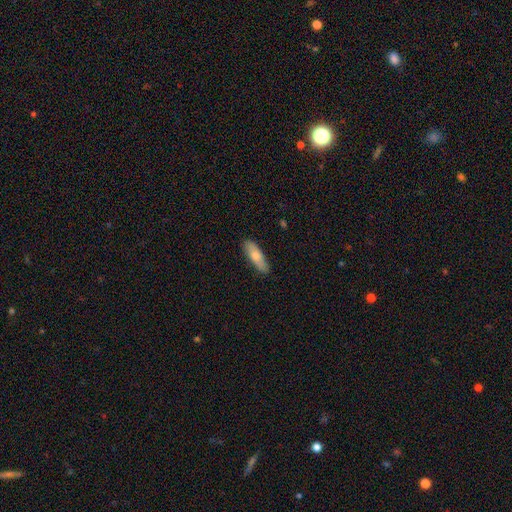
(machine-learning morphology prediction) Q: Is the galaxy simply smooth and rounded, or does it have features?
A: smooth — 73%.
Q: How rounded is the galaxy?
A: in between — 52%.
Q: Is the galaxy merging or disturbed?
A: none — 86%.